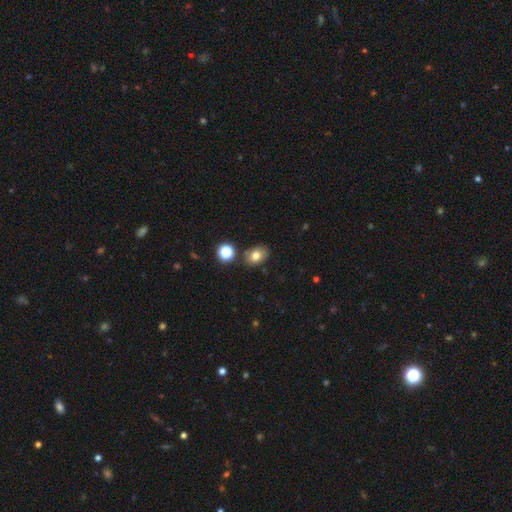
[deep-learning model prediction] Smooth or featured? smooth (76%)
How rounded? in between (71%)
Merging? none (77%)